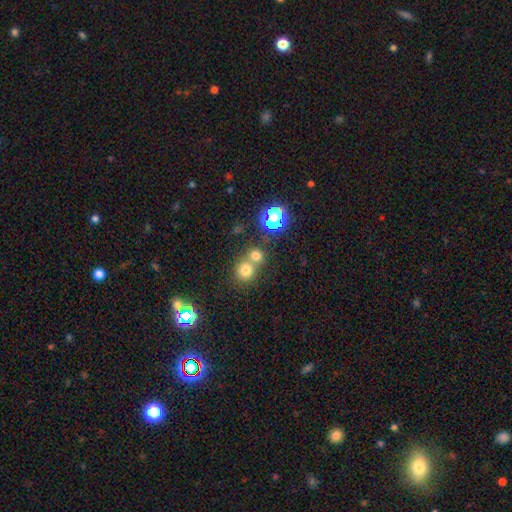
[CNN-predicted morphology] type=smooth (70%); roundness=round (86%); merging=none (49%).